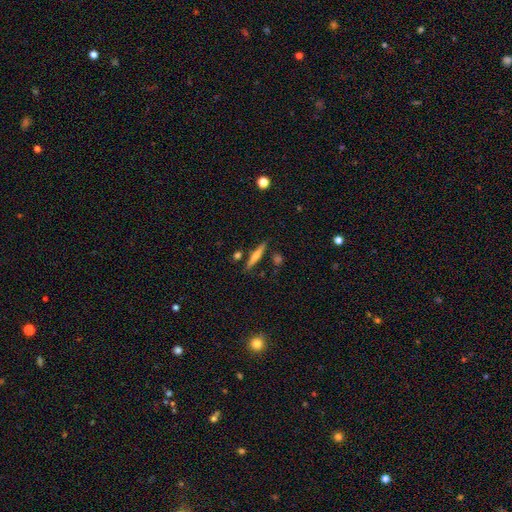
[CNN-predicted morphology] This appears to be a smooth galaxy with no disk features (53%) that is cigar-shaped (90%). Merging: none (82%).